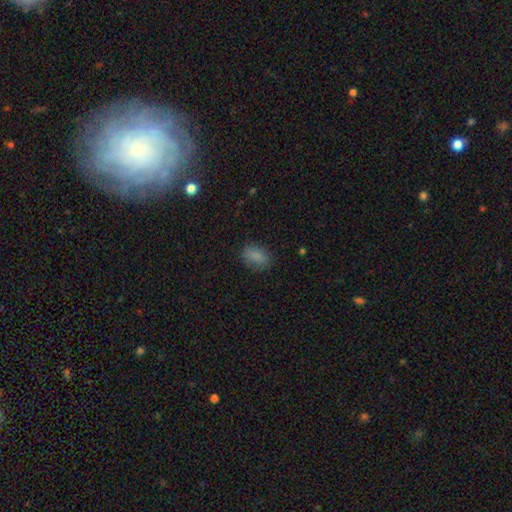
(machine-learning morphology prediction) Smooth or featured? smooth (84%)
How rounded? in between (86%)
Merging? none (79%)